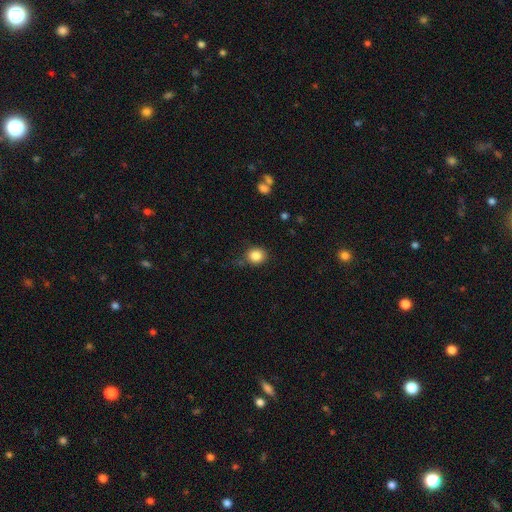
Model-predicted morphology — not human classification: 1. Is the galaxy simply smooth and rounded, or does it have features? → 86% smooth, 10% star or artifact, 4% featured or disk.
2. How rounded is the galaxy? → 77% round, 22% in between, 1% cigar-shaped.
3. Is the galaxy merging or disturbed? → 81% none, 13% minor disturbance, 3% major disturbance, 3% merger.